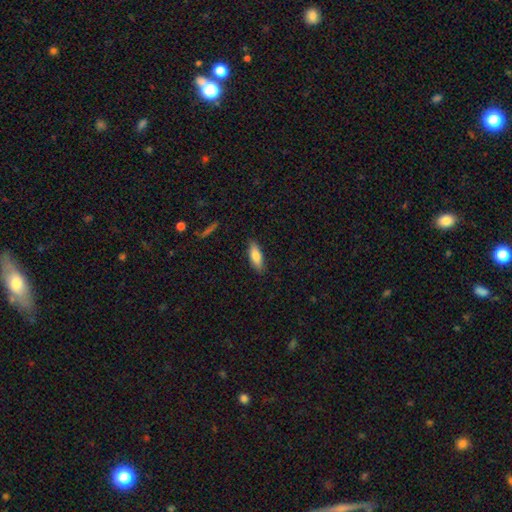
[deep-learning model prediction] Smooth or featured: smooth — 79% (featured or disk — 15%)
How rounded: in between — 63% (cigar-shaped — 35%)
Merging: none — 86% (minor disturbance — 10%)